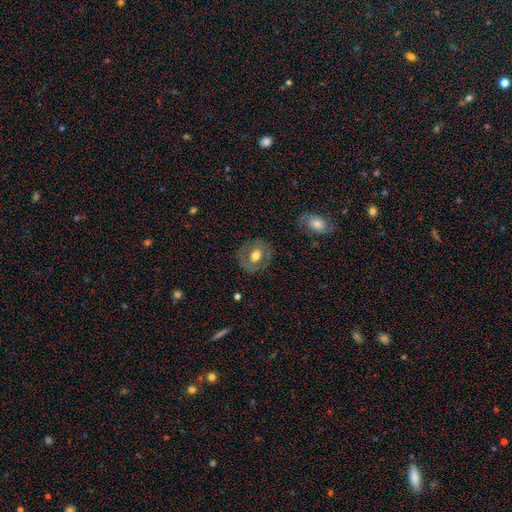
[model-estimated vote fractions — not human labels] This appears to be a smooth galaxy with no disk features (50%). Merging: none (80%).